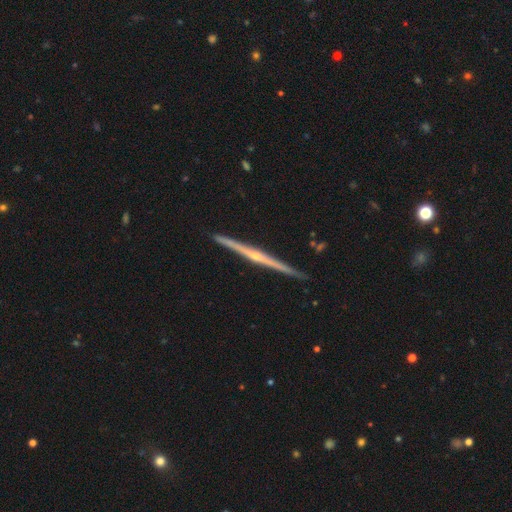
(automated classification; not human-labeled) smooth_or_featured: featured or disk (p=0.84) [alt: smooth p=0.11]
disk_edge_on: yes (p=0.98) [alt: no p=0.02]
edge_on_bulge: rounded (p=0.70) [alt: none p=0.23]
merging: none (p=0.90) [alt: minor disturbance p=0.07]